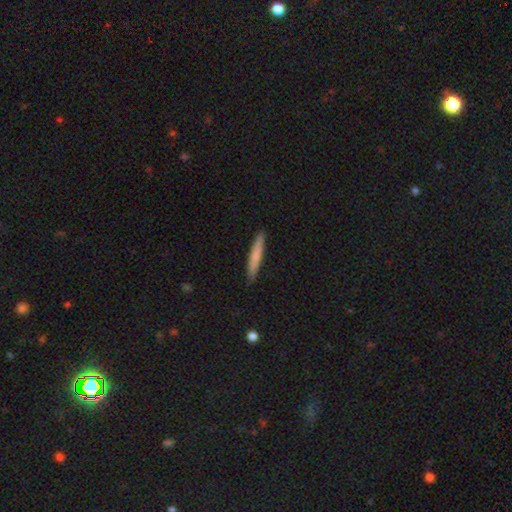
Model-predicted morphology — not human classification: This appears to be a smooth galaxy with no disk features (75%) that is cigar-shaped (95%). Merging: none (90%).